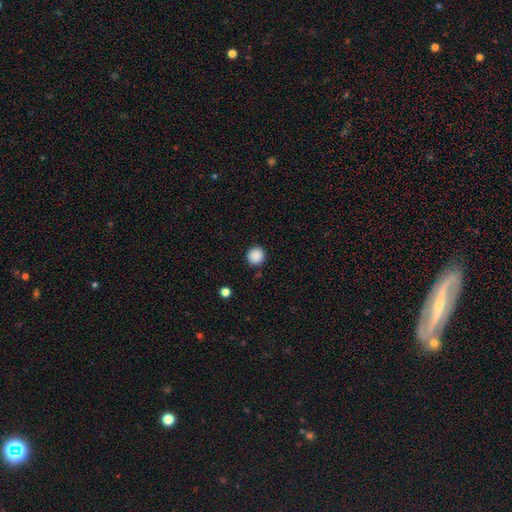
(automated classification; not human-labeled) Smooth or featured? smooth (88%)
How rounded? round (94%)
Merging? none (90%)